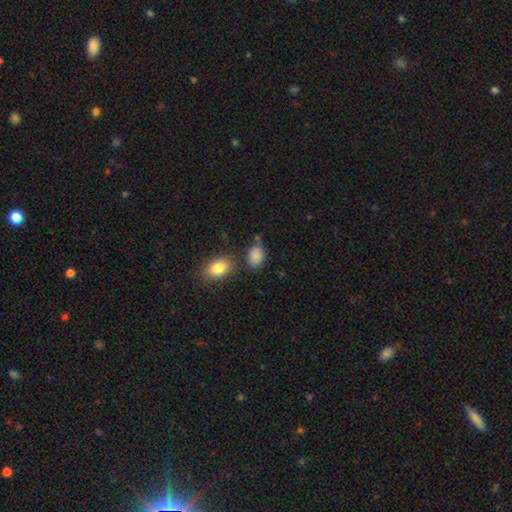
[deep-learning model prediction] A smooth galaxy with no disk features (86%) that is in between round and cigar-shaped (79%). Merging: none (65%).